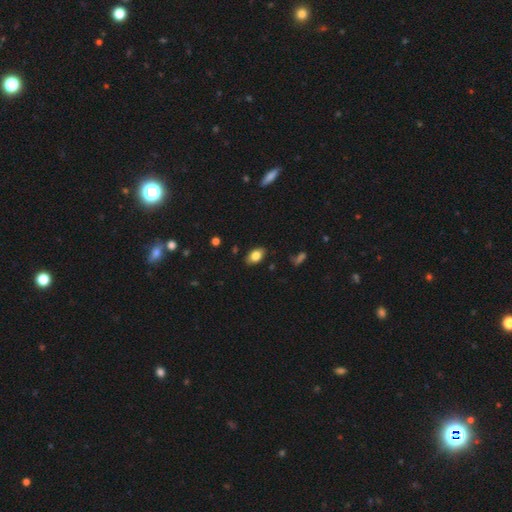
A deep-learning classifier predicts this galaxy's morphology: A smooth galaxy with no disk features (81%) that is in between round and cigar-shaped (90%). Merging: none (84%).